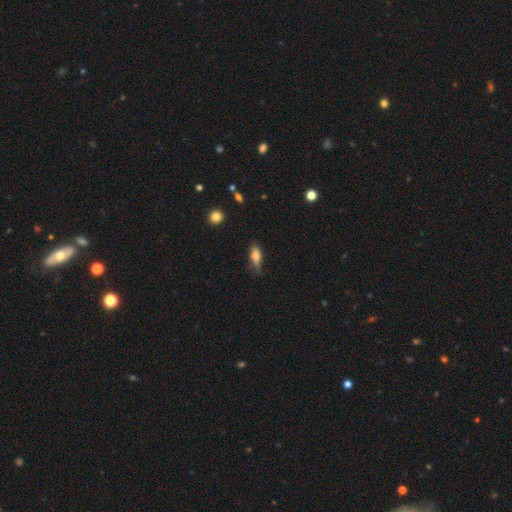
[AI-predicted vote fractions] A smooth galaxy with no disk features (73%) that is in between round and cigar-shaped (66%). Merging: none (58%).